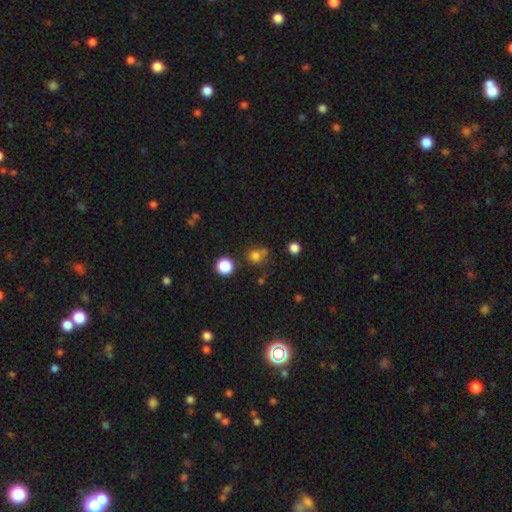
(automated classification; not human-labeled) Q: Smooth or featured?
A: smooth (76%); runner-up: star or artifact (18%)
Q: How rounded?
A: round (84%); runner-up: in between (15%)
Q: Merging?
A: none (62%); runner-up: merger (17%)